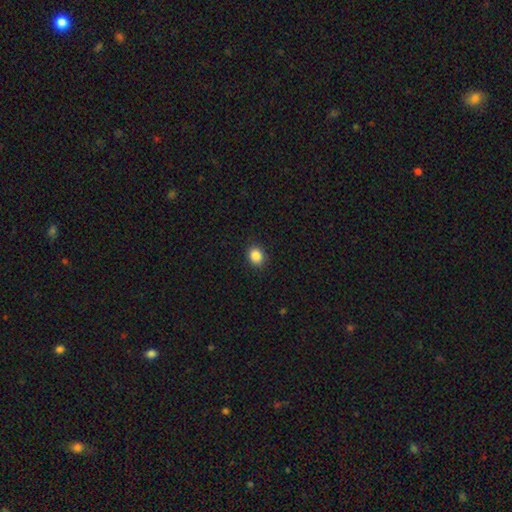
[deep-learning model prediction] Smooth or featured? Predicted: smooth (p=0.87). How rounded? Predicted: round (p=0.61). Merging? Predicted: none (p=0.90).